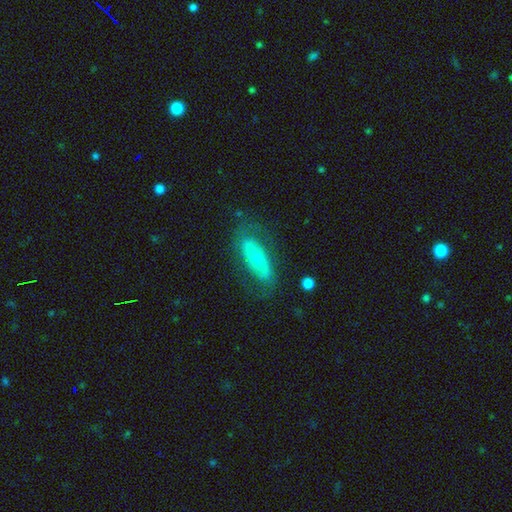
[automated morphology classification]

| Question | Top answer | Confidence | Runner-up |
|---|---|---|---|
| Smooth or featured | featured or disk | 57% | smooth (33%) |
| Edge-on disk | no | 75% | yes (25%) |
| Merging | none | 71% | minor disturbance (18%) |